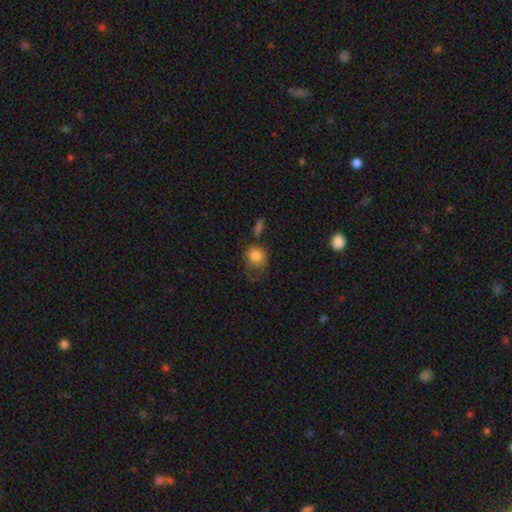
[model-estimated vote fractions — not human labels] Q: Smooth or featured?
A: smooth (79%); runner-up: featured or disk (12%)
Q: How rounded?
A: round (68%); runner-up: in between (31%)
Q: Merging?
A: none (37%); runner-up: minor disturbance (28%)